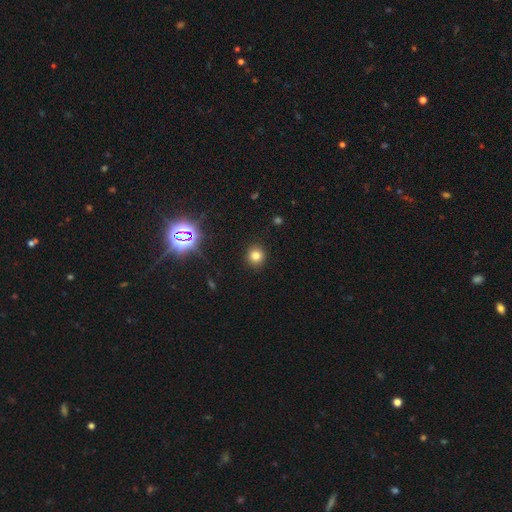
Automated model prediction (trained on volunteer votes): A smooth galaxy with no disk features (78%) that is round (90%). Merging: none (90%).